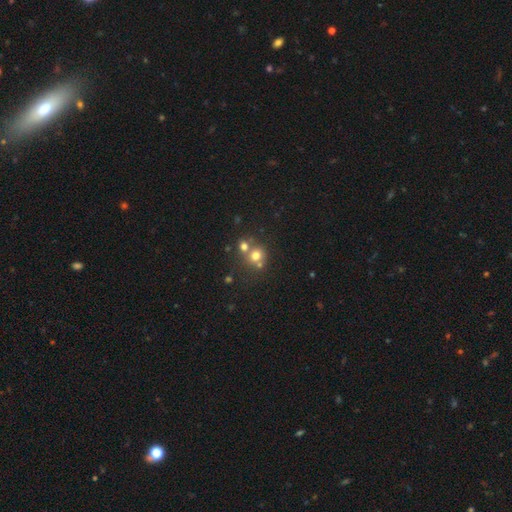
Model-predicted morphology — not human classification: Smooth or featured?
  - smooth: 70% *
  - star or artifact: 16%
  - featured or disk: 14%
How rounded?
  - round: 82% *
  - in between: 17%
  - cigar-shaped: 1%
Merging?
  - none: 47% *
  - merger: 42%
  - minor disturbance: 8%
  - major disturbance: 3%